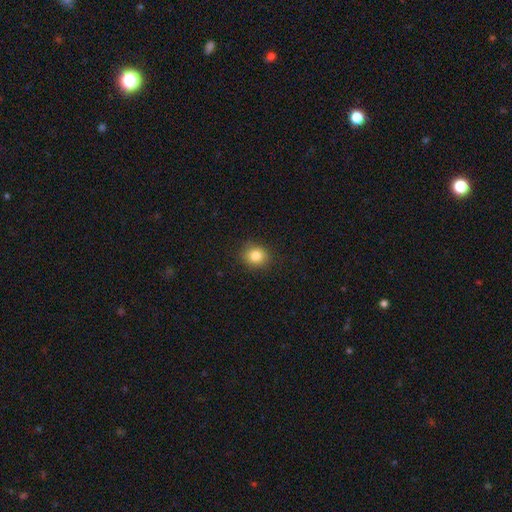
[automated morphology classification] Smooth or featured? Predicted: smooth (p=0.83). How rounded? Predicted: round (p=0.74). Merging? Predicted: none (p=0.88).